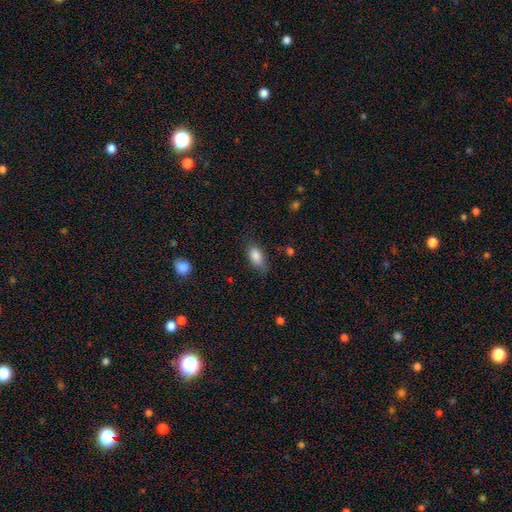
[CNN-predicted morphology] Smooth or featured: smooth — 85% (star or artifact — 7%)
How rounded: in between — 89% (cigar-shaped — 7%)
Merging: none — 68% (minor disturbance — 24%)